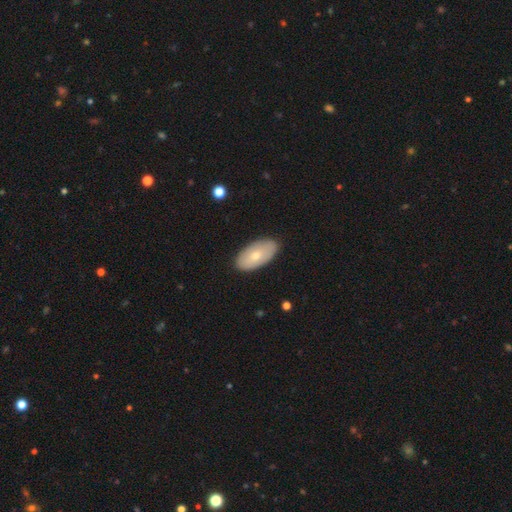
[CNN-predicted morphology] Overall: smooth (67%). How rounded: in between (95%). Merging: none (86%).